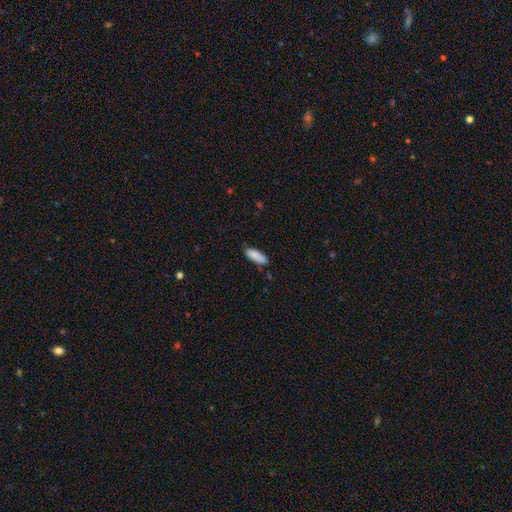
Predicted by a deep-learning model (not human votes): Morphology: type=smooth (88%); roundness=in between (68%); merging=none (81%).